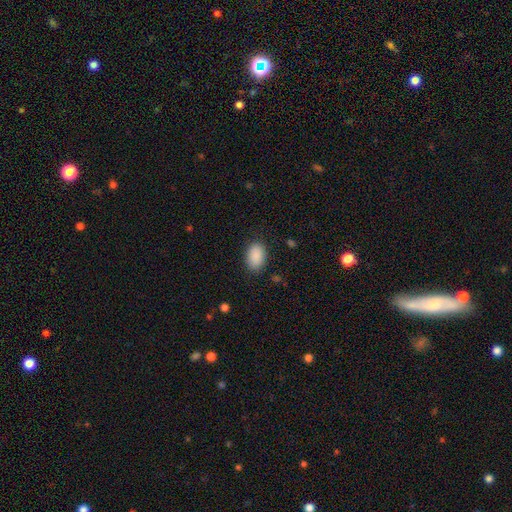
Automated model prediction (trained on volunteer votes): This is clearly a smooth galaxy (90%). How rounded: clearly in between (90%). Merging: clearly none (85%).